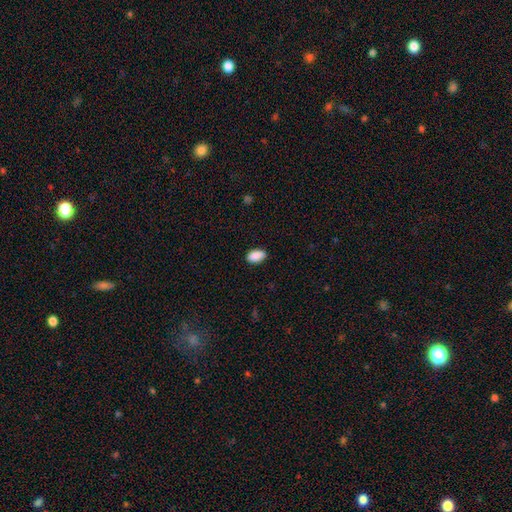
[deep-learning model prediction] smooth_or_featured: smooth (p=0.90) [alt: star or artifact p=0.07]
how_rounded: in between (p=0.93) [alt: round p=0.05]
merging: none (p=0.87) [alt: minor disturbance p=0.10]